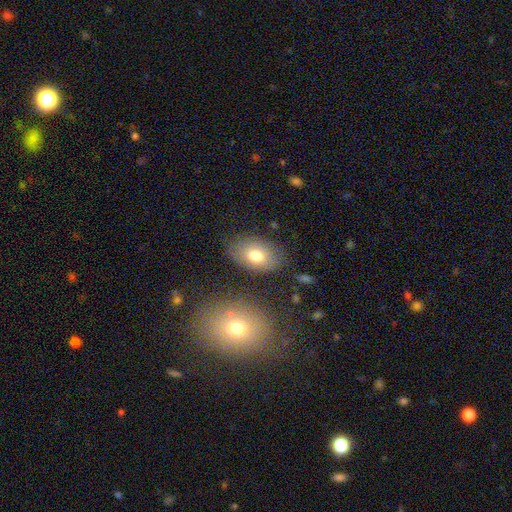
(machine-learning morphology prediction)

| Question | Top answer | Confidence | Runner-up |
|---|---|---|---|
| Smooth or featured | smooth | 73% | featured or disk (18%) |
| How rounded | in between | 87% | round (11%) |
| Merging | none | 79% | minor disturbance (14%) |